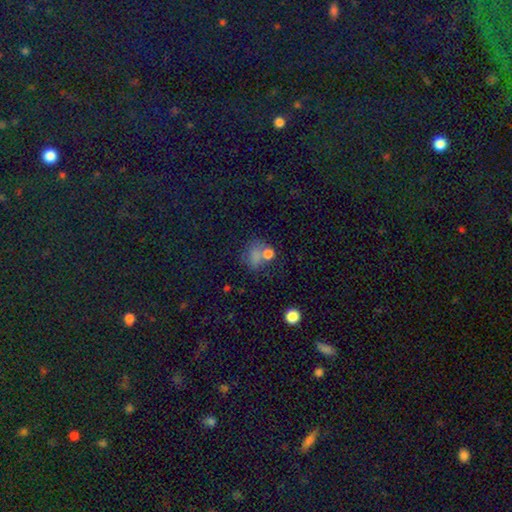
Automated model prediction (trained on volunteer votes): Q: Smooth or featured?
A: smooth (67%); runner-up: star or artifact (21%)
Q: How rounded?
A: round (60%); runner-up: in between (39%)
Q: Merging?
A: none (42%); runner-up: merger (27%)